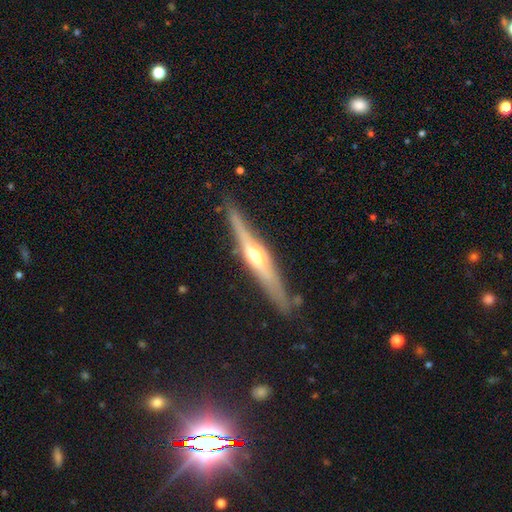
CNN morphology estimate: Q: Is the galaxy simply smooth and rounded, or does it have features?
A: featured or disk — 73%.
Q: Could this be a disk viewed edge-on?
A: yes — 95%.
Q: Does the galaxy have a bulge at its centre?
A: rounded — 85%.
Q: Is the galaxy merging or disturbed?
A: none — 85%.